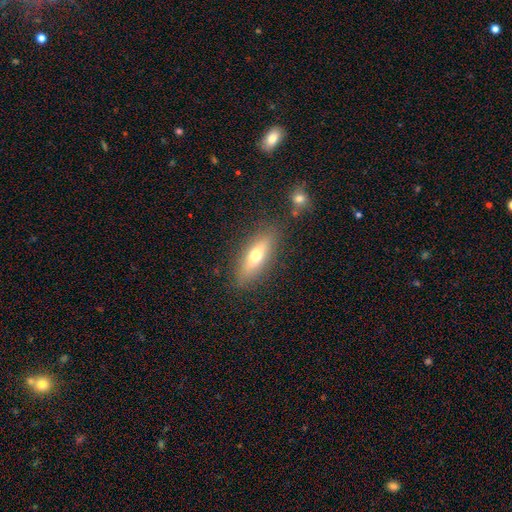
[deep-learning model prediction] Smooth or featured? smooth (59%)
How rounded? in between (52%)
Merging? none (84%)